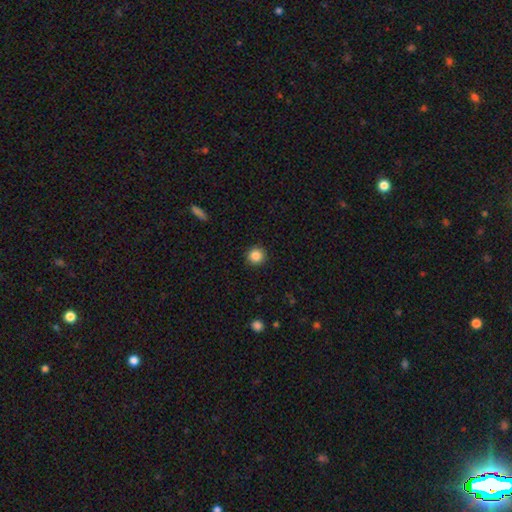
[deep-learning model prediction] The model was most divided on "smooth or featured": smooth: 86%, star or artifact: 10%, featured or disk: 4%. More confident: how rounded — round (94%); merging — none (92%).